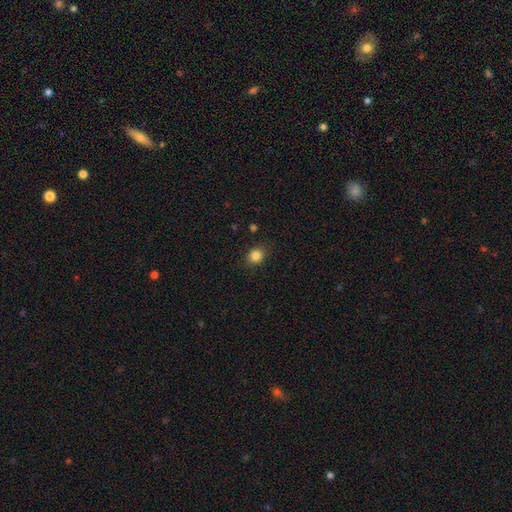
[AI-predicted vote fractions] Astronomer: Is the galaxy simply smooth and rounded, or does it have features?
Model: smooth — 84%.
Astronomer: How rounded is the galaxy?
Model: round — 69%.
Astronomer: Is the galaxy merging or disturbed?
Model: none — 87%.